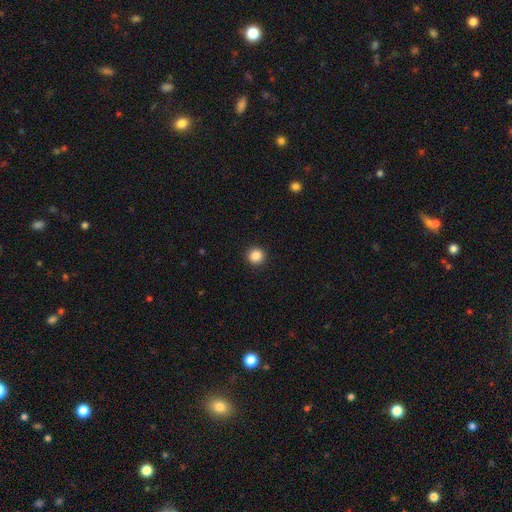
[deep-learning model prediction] smooth-or-featured: smooth: 87% | star or artifact: 10% | featured or disk: 3%
  how-rounded: round: 93% | in between: 6% | cigar-shaped: 1%
  merging: none: 92% | minor disturbance: 5% | major disturbance: 2% | merger: 1%